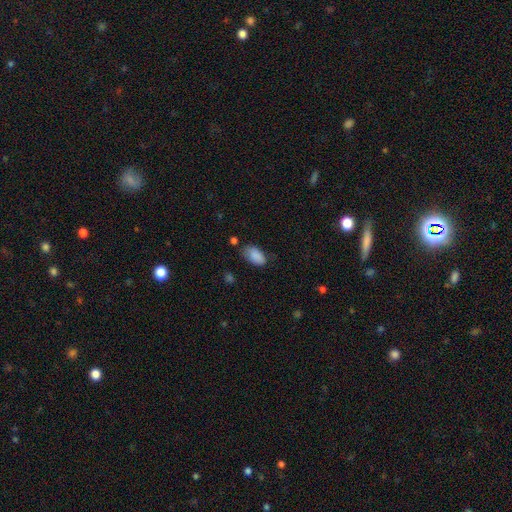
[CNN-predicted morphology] type=smooth (88%); roundness=in between (94%); merging=none (68%).